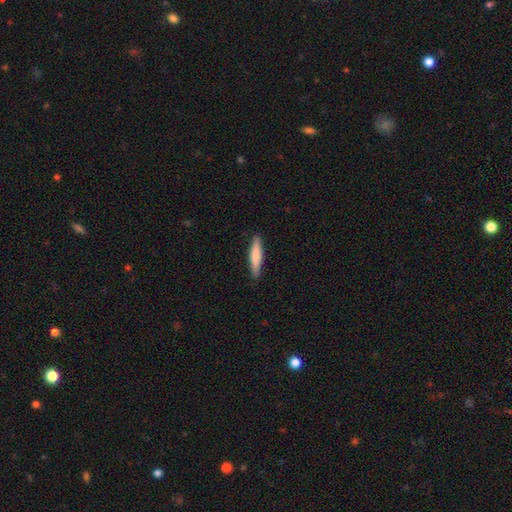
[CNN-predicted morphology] A smooth galaxy with no disk features (75%) that is cigar-shaped (88%).

Vote fractions:
- Smooth or featured? smooth: 75% / featured or disk: 20% / star or artifact: 5%
- How rounded? cigar-shaped: 88% / in between: 11% / round: 1%
- Merging? none: 90% / minor disturbance: 7% / major disturbance: 2% / merger: 1%